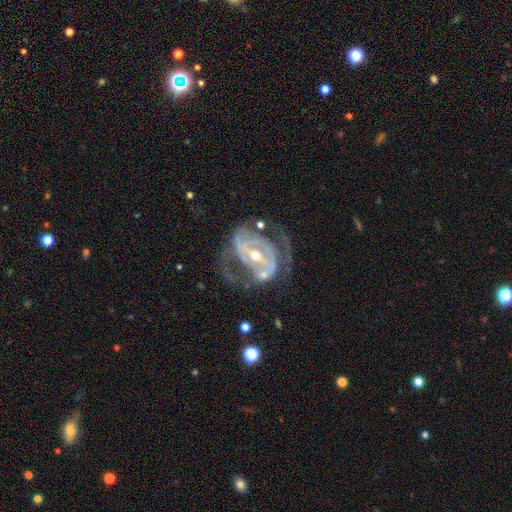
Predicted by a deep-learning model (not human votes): Morphology: type=featured or disk (88%); edge-on=no (96%); bar=strong (55%); spiral arms=yes (87%); winding=medium (43%); arm count=2 (66%); bulge=moderate (52%); merging=none (46%).